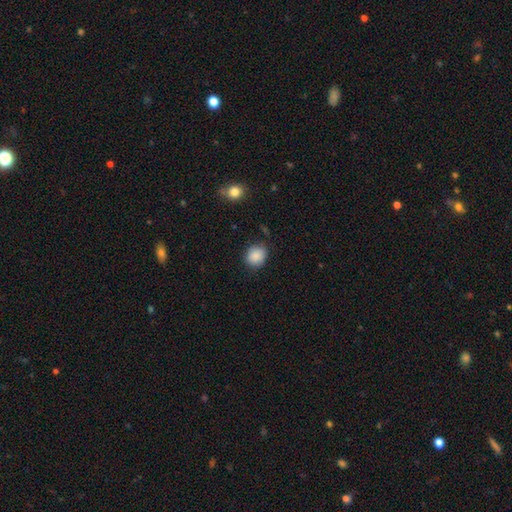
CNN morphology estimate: A smooth galaxy with no disk features (89%) that is round (68%).

Vote fractions:
- Smooth or featured? smooth: 89% / star or artifact: 8% / featured or disk: 3%
- How rounded? round: 68% / in between: 31% / cigar-shaped: 1%
- Merging? none: 82% / minor disturbance: 14% / major disturbance: 3% / merger: 2%